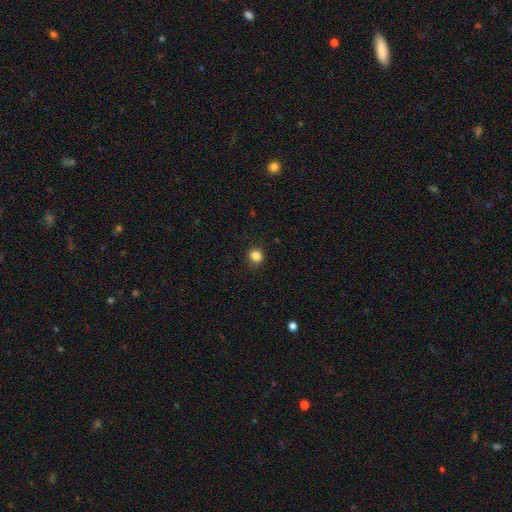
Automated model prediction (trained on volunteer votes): Smooth or featured? Predicted: smooth (p=0.86). How rounded? Predicted: round (p=0.89). Merging? Predicted: none (p=0.91).